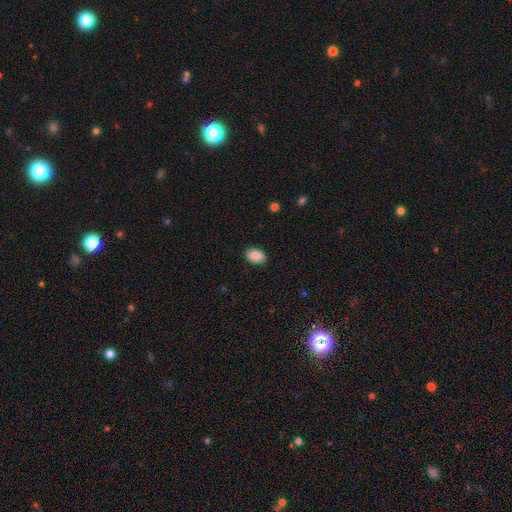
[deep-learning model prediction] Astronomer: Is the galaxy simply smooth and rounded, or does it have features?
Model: smooth — 88%.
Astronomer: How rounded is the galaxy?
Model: in between — 88%.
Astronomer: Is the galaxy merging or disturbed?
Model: none — 89%.